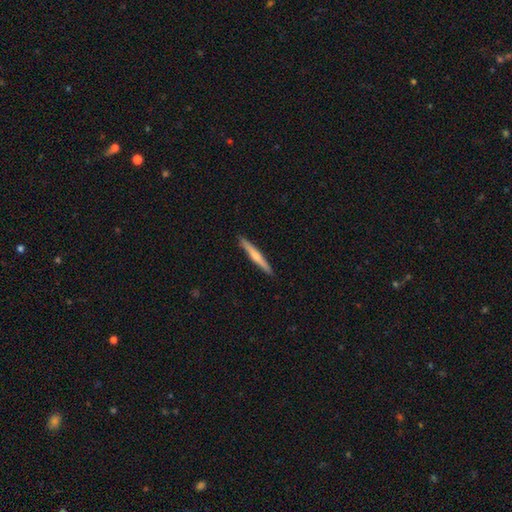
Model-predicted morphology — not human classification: Smooth or featured: smooth — 52% (featured or disk — 43%)
How rounded: cigar-shaped — 96% (in between — 3%)
Merging: none — 92% (minor disturbance — 6%)